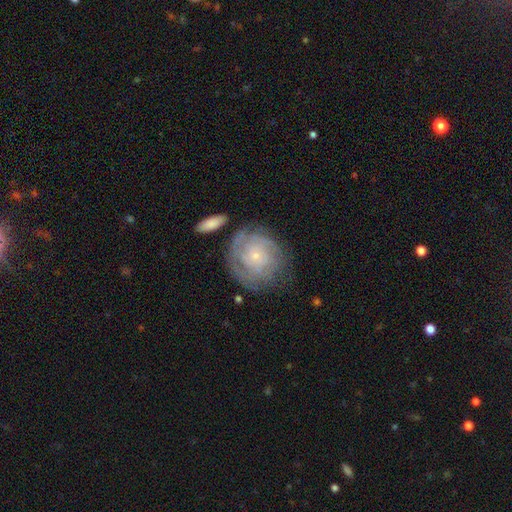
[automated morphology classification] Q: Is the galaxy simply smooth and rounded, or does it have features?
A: featured or disk — 68%.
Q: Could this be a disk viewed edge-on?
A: no — 97%.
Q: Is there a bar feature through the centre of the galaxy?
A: no — 83%.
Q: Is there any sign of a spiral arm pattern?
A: yes — 83%.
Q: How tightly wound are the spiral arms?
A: tight — 71%.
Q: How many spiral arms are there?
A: can't tell — 53%.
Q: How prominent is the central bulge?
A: small — 84%.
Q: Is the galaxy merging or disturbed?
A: none — 66%.